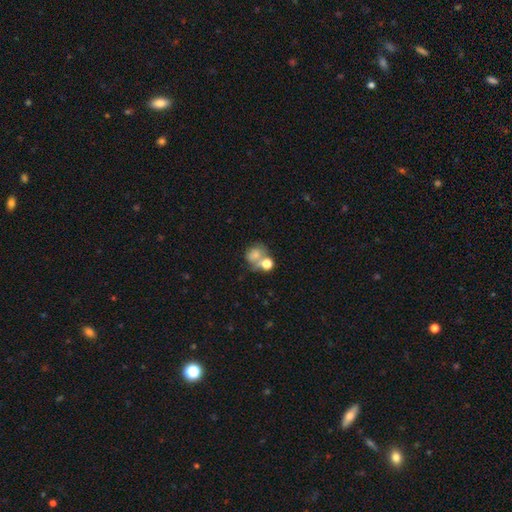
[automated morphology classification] Smooth or featured: smooth — 66% (featured or disk — 20%)
How rounded: round — 59% (in between — 40%)
Merging: merger — 45% (none — 31%)